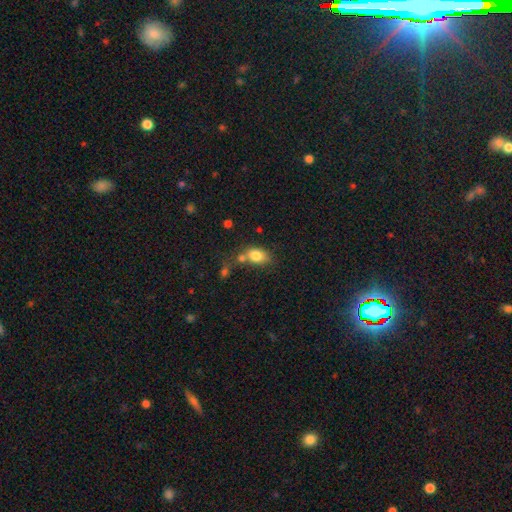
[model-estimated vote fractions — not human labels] smooth-or-featured: smooth: 80% | featured or disk: 10% | star or artifact: 9%
  how-rounded: in between: 76% | round: 22% | cigar-shaped: 2%
  merging: none: 47% | merger: 29% | minor disturbance: 17% | major disturbance: 8%